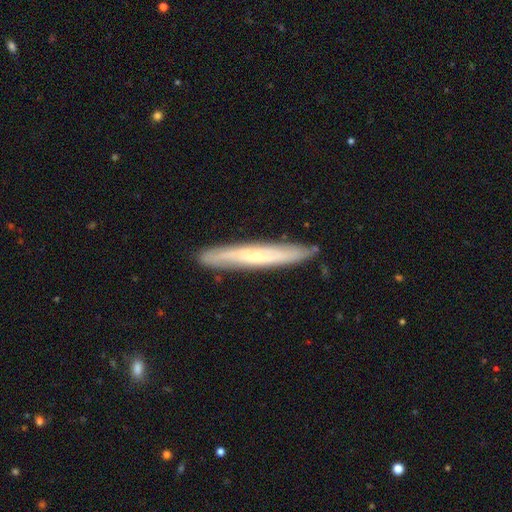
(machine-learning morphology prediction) Smooth or featured?
  - featured or disk: 60% *
  - smooth: 35%
  - star or artifact: 6%
Edge-on disk?
  - yes: 81% *
  - no: 19%
Merging?
  - none: 87% *
  - minor disturbance: 10%
  - major disturbance: 2%
  - merger: 1%